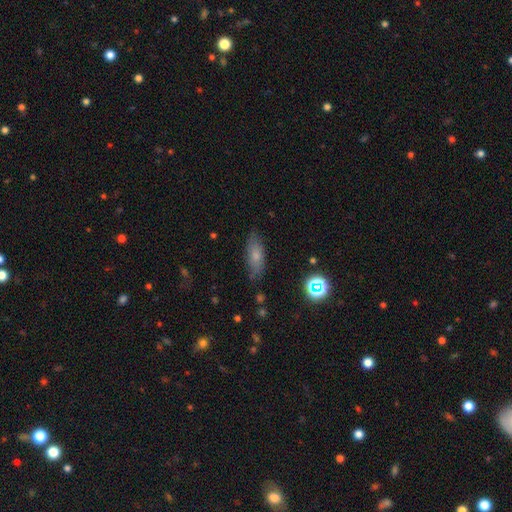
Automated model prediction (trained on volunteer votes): Overall: smooth (67%). How rounded: in between (69%). Merging: none (75%).